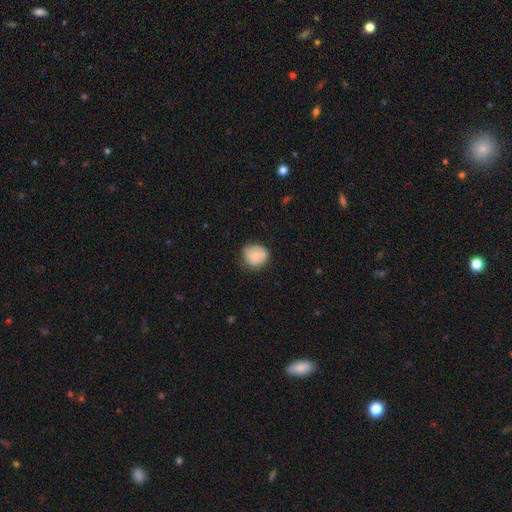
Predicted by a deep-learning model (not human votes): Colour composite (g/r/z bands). It shows a smooth galaxy with no disk features (60%) that is round (81%). Merging: none (65%).